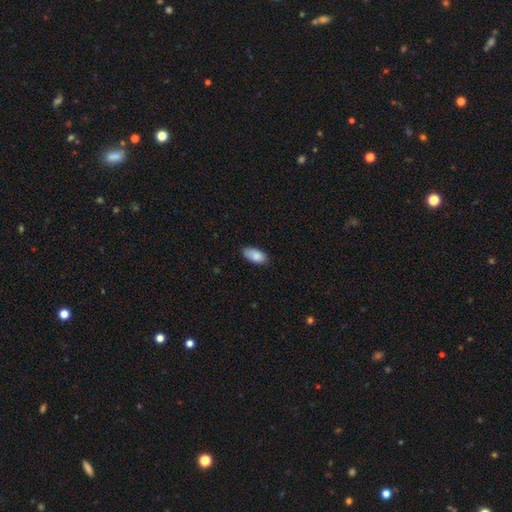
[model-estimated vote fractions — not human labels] Morphology: type=smooth (87%); roundness=in between (93%); merging=none (81%).